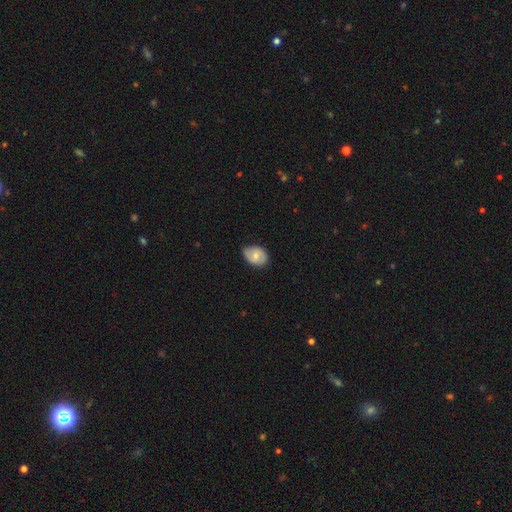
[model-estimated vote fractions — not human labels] smooth 65%, featured or disk 29%, star or artifact 7%. Down the decision tree: how rounded — in between (74%); merging — none (63%).